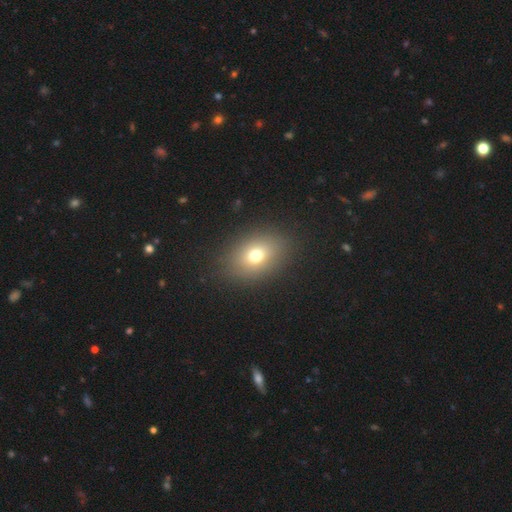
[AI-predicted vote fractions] This appears to be a smooth galaxy with no disk features (71%) that is in between round and cigar-shaped (67%). Merging: none (86%).